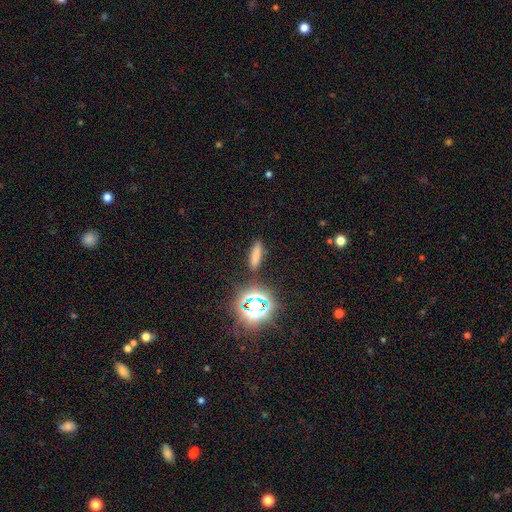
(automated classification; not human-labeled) Q: Smooth or featured?
A: smooth (70%); runner-up: star or artifact (21%)
Q: How rounded?
A: cigar-shaped (66%); runner-up: in between (29%)
Q: Merging?
A: none (87%); runner-up: minor disturbance (7%)